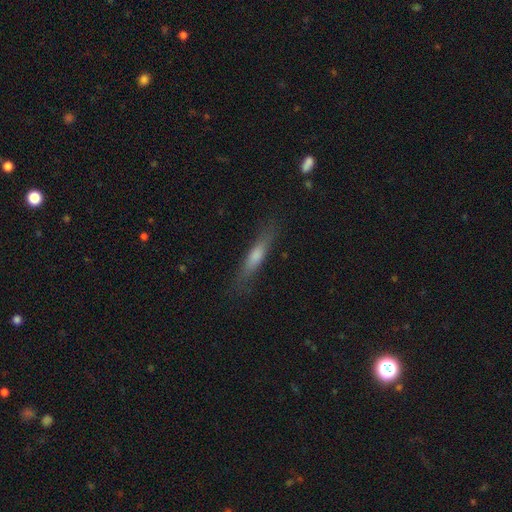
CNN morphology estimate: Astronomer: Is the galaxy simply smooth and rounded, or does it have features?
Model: smooth — 55% (runner-up: featured or disk, 37%).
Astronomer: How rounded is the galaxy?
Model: cigar-shaped — 87%.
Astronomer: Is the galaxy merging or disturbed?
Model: none — 82%.